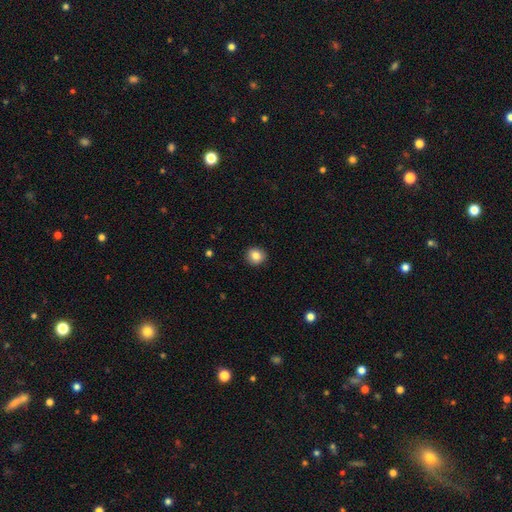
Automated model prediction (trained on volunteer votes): Smooth or featured: smooth — 84% (star or artifact — 9%)
How rounded: round — 84% (in between — 15%)
Merging: none — 91% (minor disturbance — 6%)